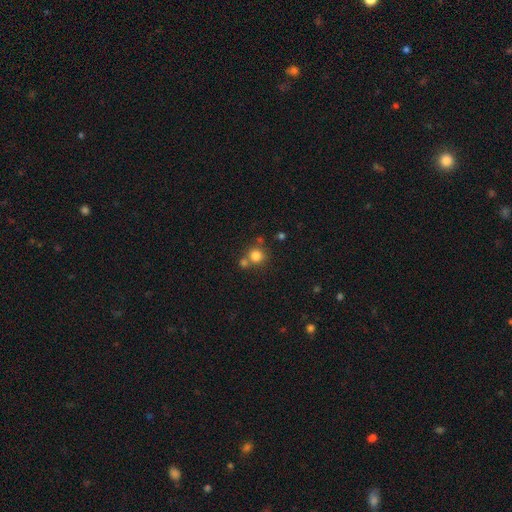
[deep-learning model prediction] This is likely a smooth galaxy (80%). How rounded: clearly round (89%). Merging: possibly none (58%).